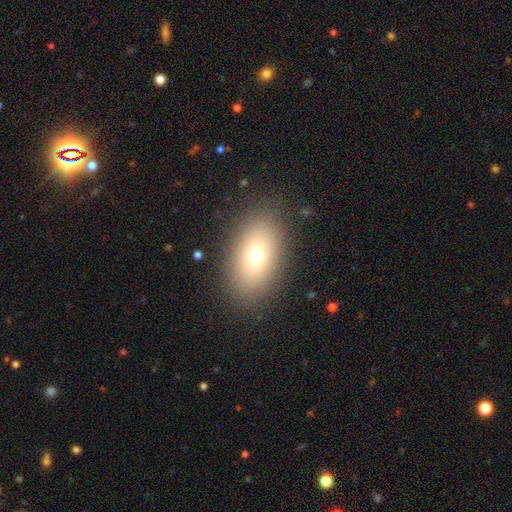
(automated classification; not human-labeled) Smooth or featured?
  - smooth: 69% *
  - featured or disk: 18%
  - star or artifact: 13%
How rounded?
  - in between: 85% *
  - round: 12%
  - cigar-shaped: 2%
Merging?
  - none: 86% *
  - minor disturbance: 9%
  - major disturbance: 4%
  - merger: 1%